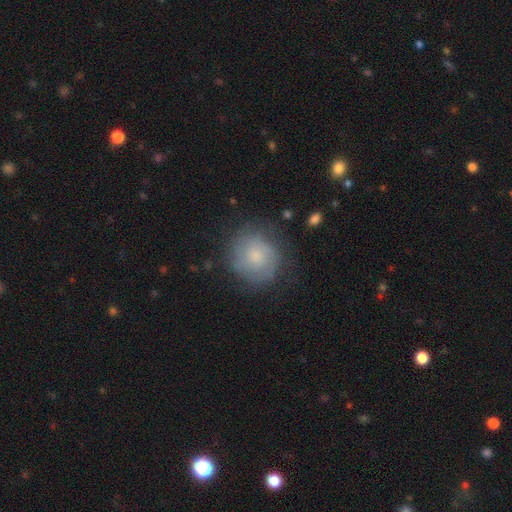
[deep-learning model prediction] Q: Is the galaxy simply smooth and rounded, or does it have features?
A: smooth — 53%.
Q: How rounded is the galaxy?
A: round — 88%.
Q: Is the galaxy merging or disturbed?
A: none — 72%.